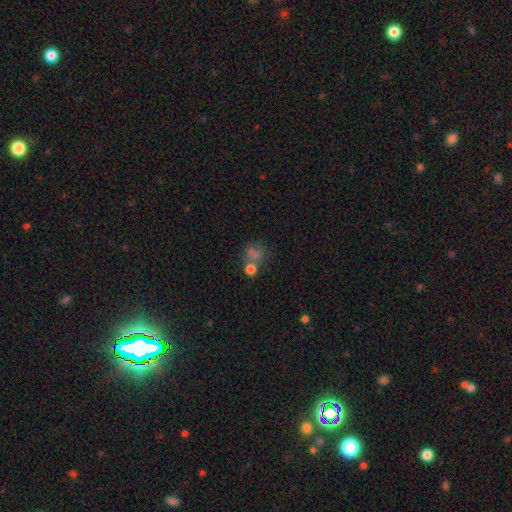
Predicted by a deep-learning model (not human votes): Smooth or featured?
  - smooth: 54% *
  - star or artifact: 30%
  - featured or disk: 15%
How rounded?
  - round: 74% *
  - in between: 25%
  - cigar-shaped: 2%
Merging?
  - none: 52% *
  - merger: 25%
  - minor disturbance: 13%
  - major disturbance: 10%